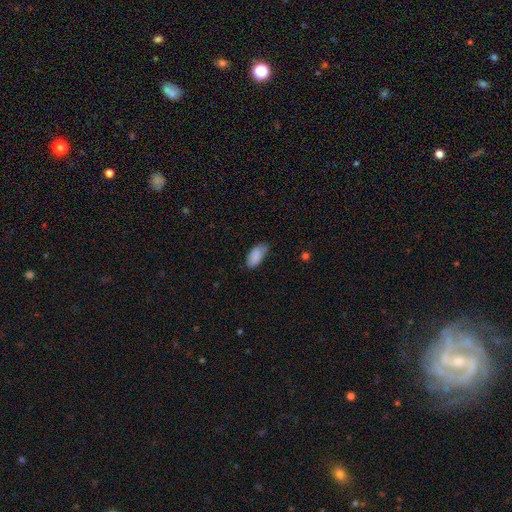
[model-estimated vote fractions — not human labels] Q: Smooth or featured?
A: smooth (87%); runner-up: star or artifact (7%)
Q: How rounded?
A: in between (93%); runner-up: cigar-shaped (5%)
Q: Merging?
A: none (60%); runner-up: minor disturbance (33%)